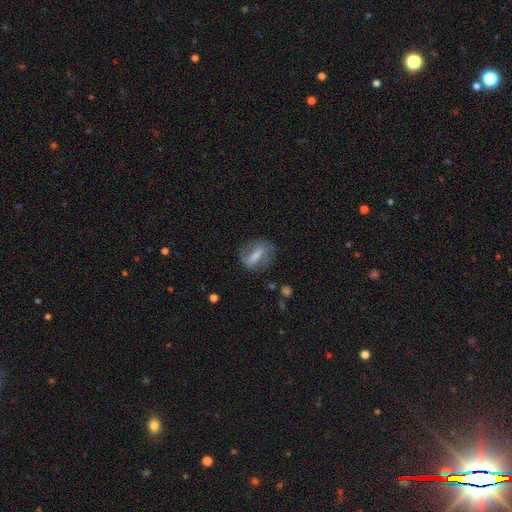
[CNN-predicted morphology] smooth-or-featured: featured or disk: 53% | smooth: 36% | star or artifact: 10%
  disk-edge-on: no: 85% | yes: 15%
  merging: none: 68% | minor disturbance: 20% | major disturbance: 10% | merger: 2%